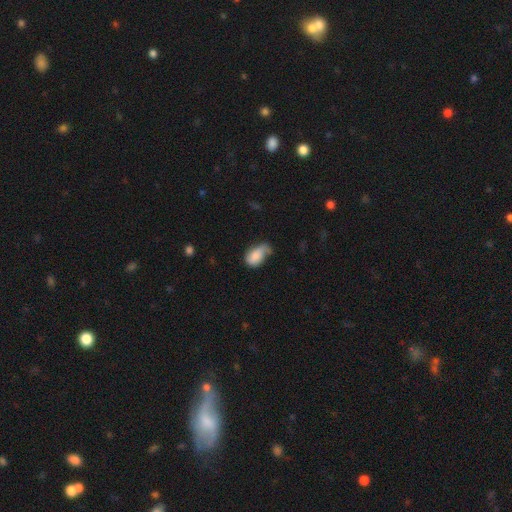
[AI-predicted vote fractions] Q: Smooth or featured?
A: smooth (72%); runner-up: featured or disk (20%)
Q: How rounded?
A: in between (89%); runner-up: round (9%)
Q: Merging?
A: minor disturbance (37%); runner-up: none (30%)